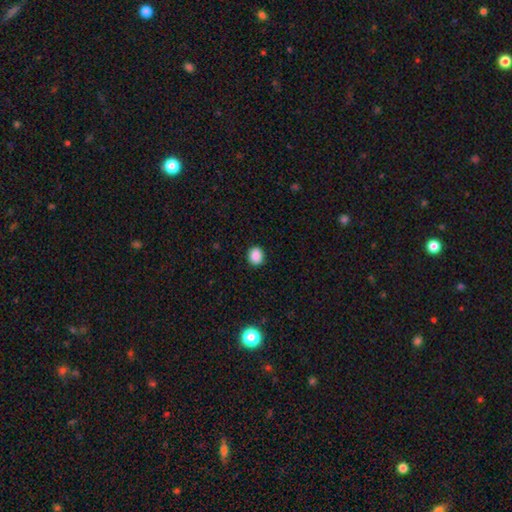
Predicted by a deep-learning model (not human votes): smooth-or-featured: smooth: 88% | star or artifact: 10% | featured or disk: 2%
  how-rounded: round: 62% | in between: 37% | cigar-shaped: 1%
  merging: none: 91% | minor disturbance: 6% | major disturbance: 2% | merger: 1%